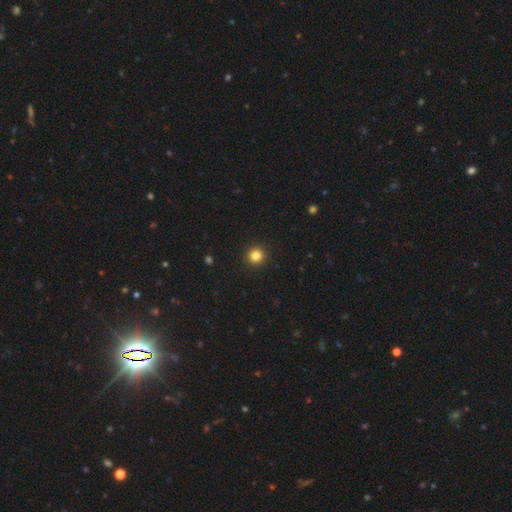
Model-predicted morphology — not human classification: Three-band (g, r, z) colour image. It shows a smooth galaxy with no disk features (83%) that is round (95%). Merging: none (94%).